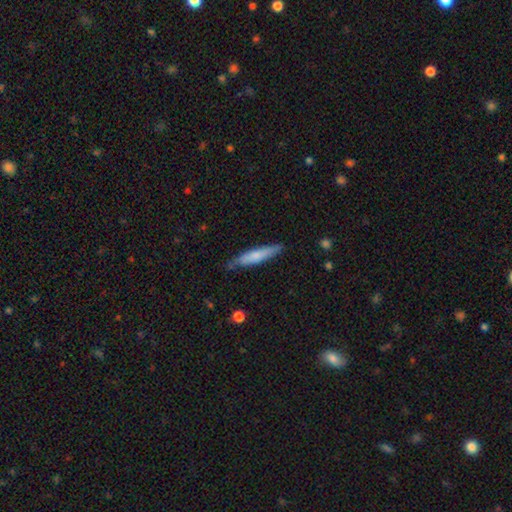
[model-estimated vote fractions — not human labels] The model was most divided on "smooth or featured": smooth: 66%, featured or disk: 28%, star or artifact: 6%. More confident: how rounded — cigar-shaped (88%); merging — none (78%).